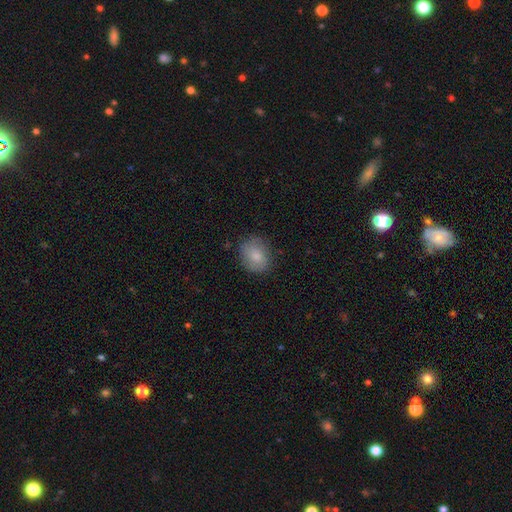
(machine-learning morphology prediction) The model was most divided on "how rounded": round: 54%, in between: 45%, cigar-shaped: 1%. More confident: smooth or featured — smooth (81%); merging — none (81%).